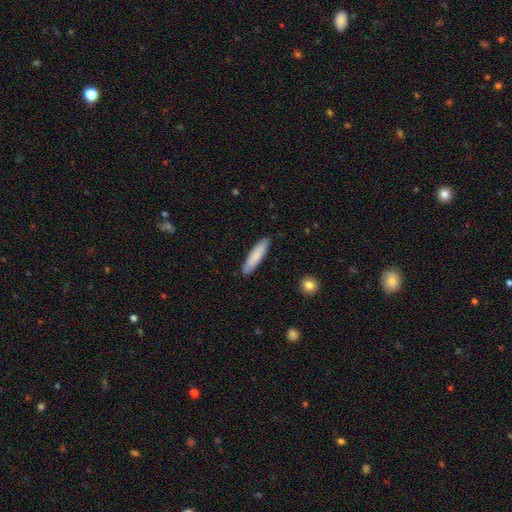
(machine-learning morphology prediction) Smooth or featured: smooth — 79% (featured or disk — 15%)
How rounded: cigar-shaped — 79% (in between — 19%)
Merging: none — 87% (minor disturbance — 10%)